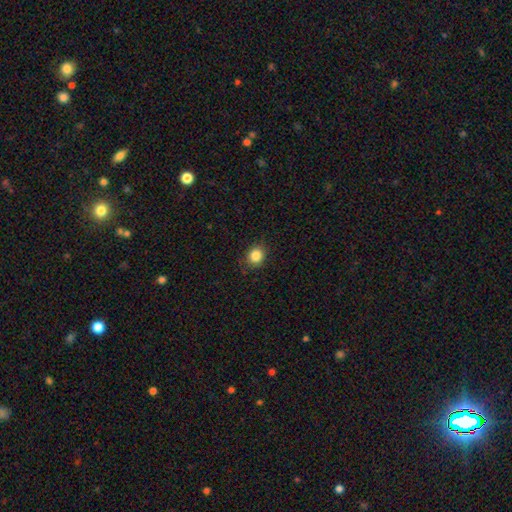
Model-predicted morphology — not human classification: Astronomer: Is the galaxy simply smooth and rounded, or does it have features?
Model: smooth — 85%.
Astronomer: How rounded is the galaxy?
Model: round — 78%.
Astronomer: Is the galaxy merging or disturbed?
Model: none — 87%.